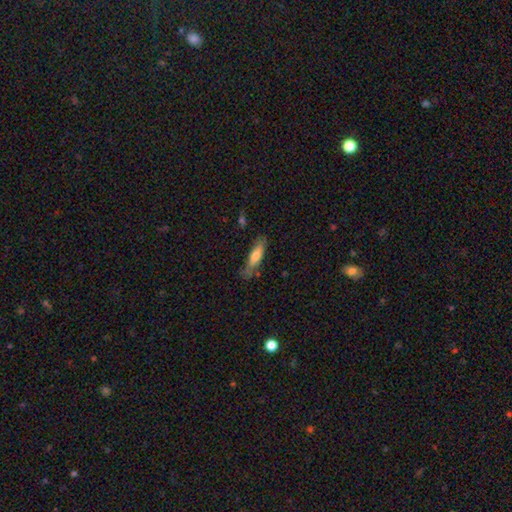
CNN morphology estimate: Smooth or featured? smooth (65%)
How rounded? cigar-shaped (62%)
Merging? none (64%)